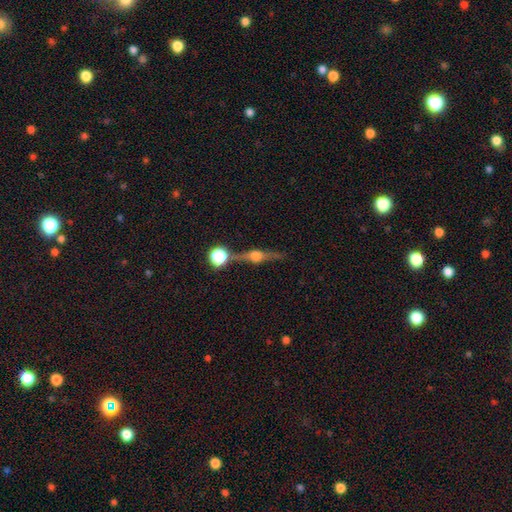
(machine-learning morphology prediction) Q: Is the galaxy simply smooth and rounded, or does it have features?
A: featured or disk — 79%.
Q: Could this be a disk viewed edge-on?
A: yes — 96%.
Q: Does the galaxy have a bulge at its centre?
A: rounded — 92%.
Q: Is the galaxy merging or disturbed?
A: none — 78%.